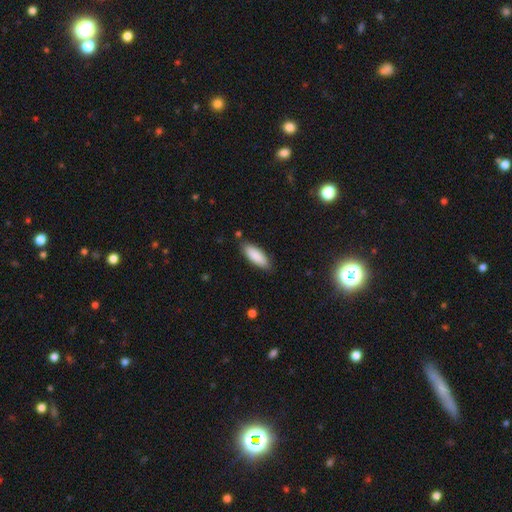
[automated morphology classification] type=smooth (88%); roundness=in between (69%); merging=none (84%).